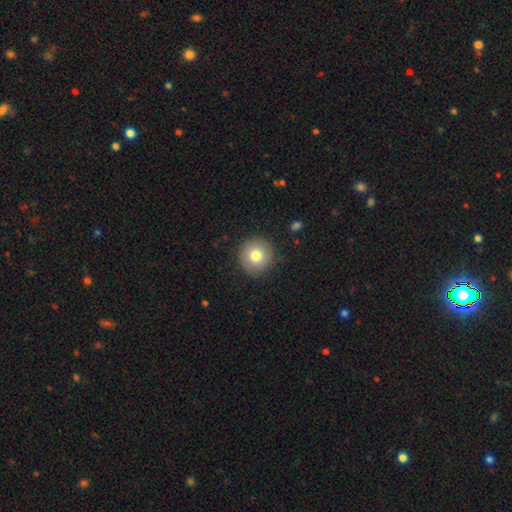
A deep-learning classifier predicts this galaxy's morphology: This appears to be a smooth galaxy with no disk features (79%) that is round (95%). Merging: none (90%).